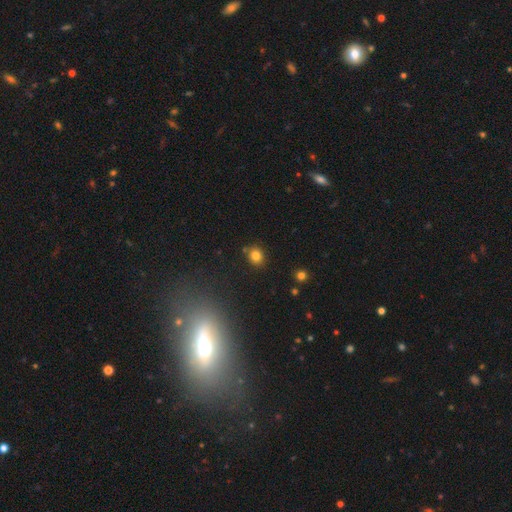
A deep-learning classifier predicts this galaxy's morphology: Smooth or featured?
  - smooth: 80% *
  - star or artifact: 13%
  - featured or disk: 7%
How rounded?
  - round: 70% *
  - in between: 29%
  - cigar-shaped: 1%
Merging?
  - none: 82% *
  - minor disturbance: 11%
  - merger: 5%
  - major disturbance: 3%